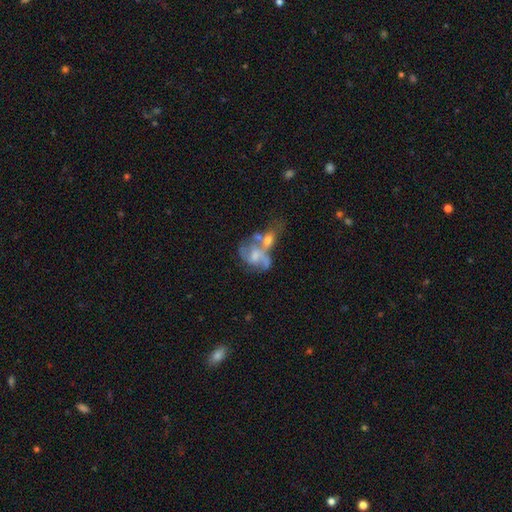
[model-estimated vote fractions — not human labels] Smooth or featured?
  - featured or disk: 66% *
  - smooth: 25%
  - star or artifact: 8%
Edge-on disk?
  - no: 97% *
  - yes: 3%
Bar?
  - no: 62% *
  - weak: 31%
  - strong: 7%
Spiral arms?
  - yes: 71% *
  - no: 29%
Bulge size?
  - moderate: 43% *
  - small: 31%
  - none: 17%
  - large: 7%
  - dominant: 2%
Merging?
  - merger: 55% *
  - none: 19%
  - major disturbance: 16%
  - minor disturbance: 11%